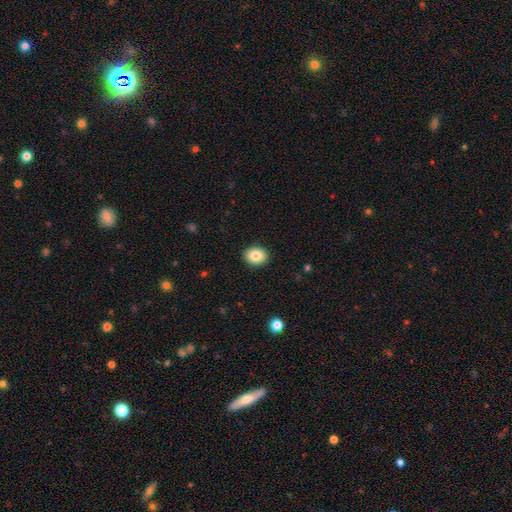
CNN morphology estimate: Overall: smooth (85%). How rounded: in between (52%; round 48%). Merging: none (91%).